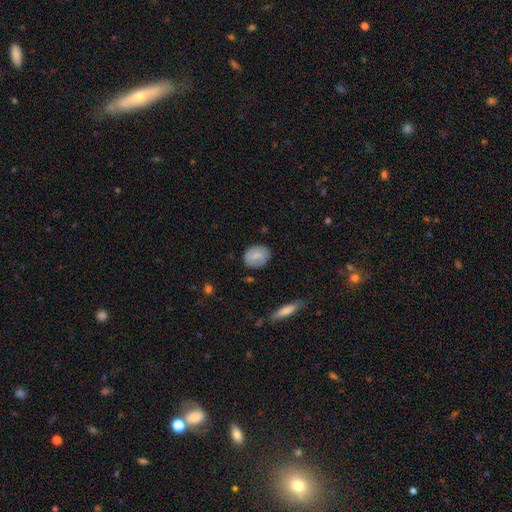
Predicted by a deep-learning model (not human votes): smooth-or-featured: smooth: 72% | featured or disk: 21% | star or artifact: 7%
  how-rounded: round: 59% | in between: 40% | cigar-shaped: 2%
  merging: none: 81% | minor disturbance: 15% | major disturbance: 3% | merger: 2%